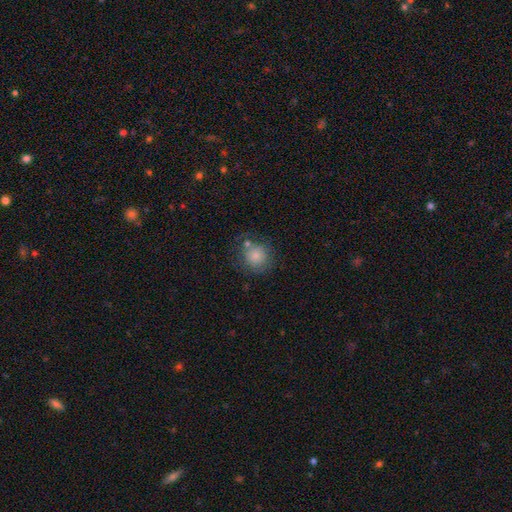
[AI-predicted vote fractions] smooth-or-featured: smooth: 82% | featured or disk: 9% | star or artifact: 9%
  how-rounded: round: 88% | in between: 11% | cigar-shaped: 1%
  merging: none: 63% | minor disturbance: 18% | major disturbance: 9% | merger: 9%